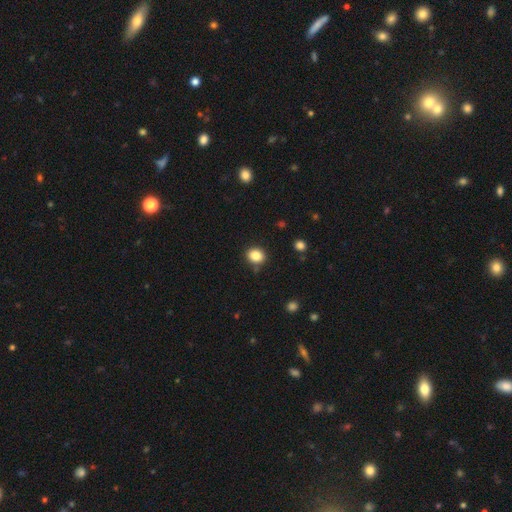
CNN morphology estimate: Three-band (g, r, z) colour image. It shows a smooth galaxy with no disk features (84%) that is round (67%). Merging: none (85%).